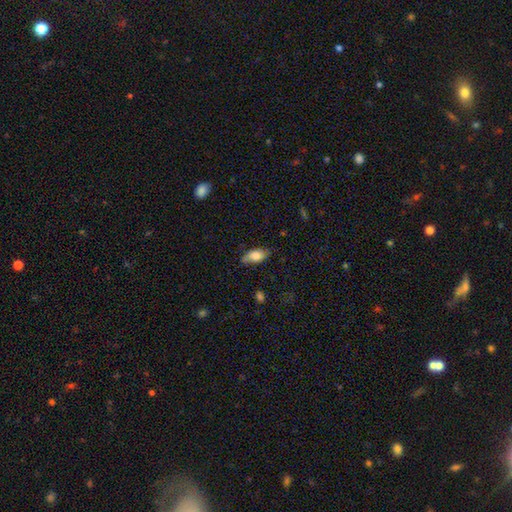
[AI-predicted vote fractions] Overall: smooth (78%). How rounded: in between (88%). Merging: none (68%).